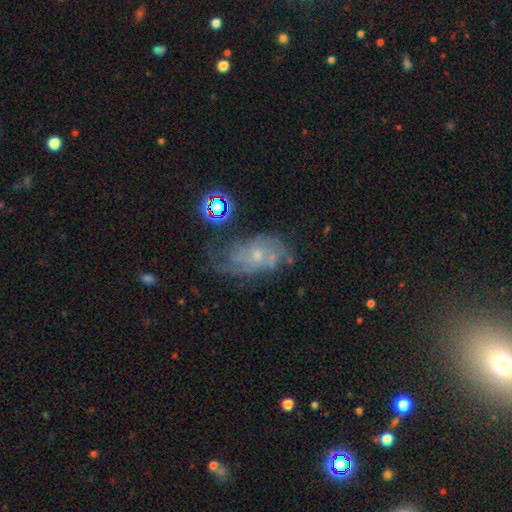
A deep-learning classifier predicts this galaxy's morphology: smooth_or_featured: featured or disk (p=0.68) [alt: smooth p=0.19]
disk_edge_on: no (p=0.96) [alt: yes p=0.04]
bar: no (p=0.74) [alt: weak p=0.22]
has_spiral_arms: yes (p=0.80) [alt: no p=0.20]
spiral_winding: tight (p=0.39) [tied with: medium p=0.39]
spiral_arm_count: can't tell (p=0.48) [alt: 2 p=0.22]
bulge_size: small (p=0.62) [alt: moderate p=0.28]
merging: none (p=0.43) [alt: minor disturbance p=0.26]